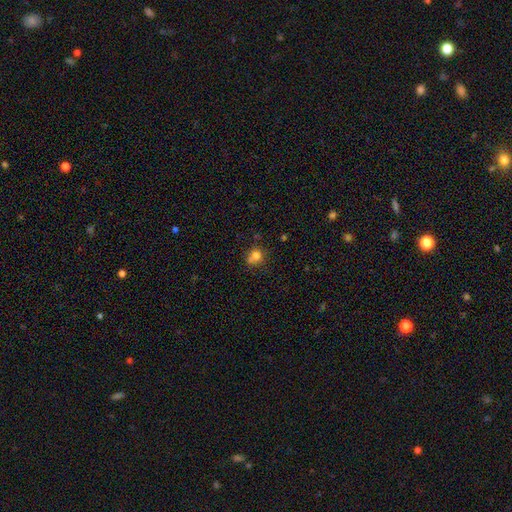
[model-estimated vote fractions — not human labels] This is likely a smooth galaxy (75%). How rounded: clearly round (80%). Merging: possibly none (54%).